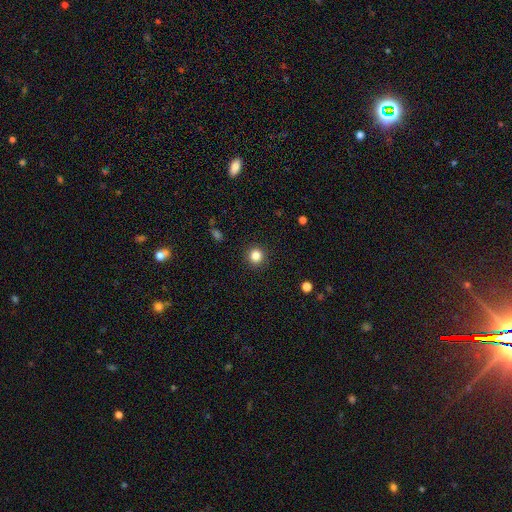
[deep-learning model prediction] Morphology: type=smooth (84%); roundness=round (94%); merging=none (92%).